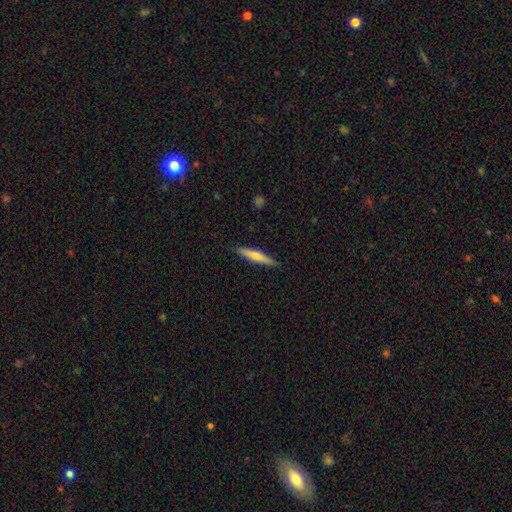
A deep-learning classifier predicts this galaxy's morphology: This appears to be a smooth galaxy with no disk features (51%) that is cigar-shaped (92%). Merging: none (89%).